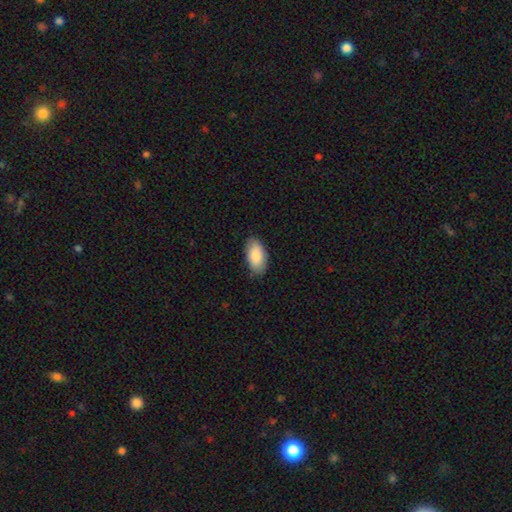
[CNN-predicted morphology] This appears to be a smooth galaxy with no disk features (87%) that is in between round and cigar-shaped (95%). Merging: none (86%).